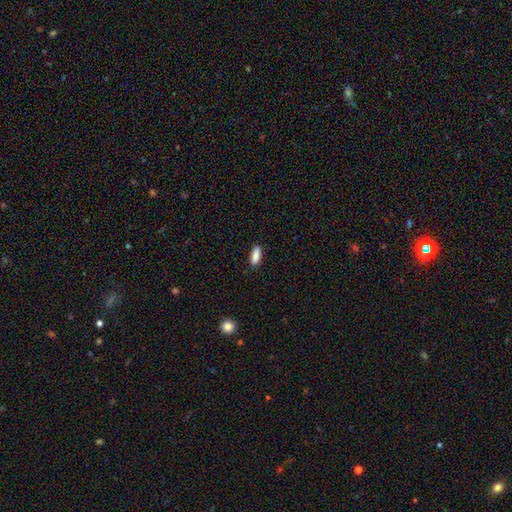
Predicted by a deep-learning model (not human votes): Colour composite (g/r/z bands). It shows a smooth galaxy with no disk features (88%) that is in between round and cigar-shaped (70%). Merging: none (89%).